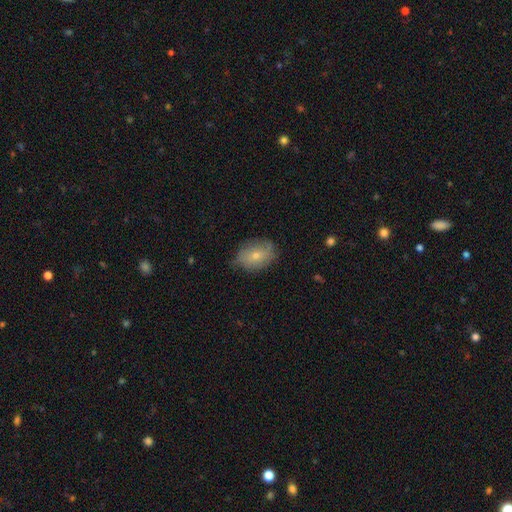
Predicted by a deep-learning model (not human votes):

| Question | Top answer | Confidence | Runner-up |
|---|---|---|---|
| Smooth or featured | smooth | 66% | featured or disk (26%) |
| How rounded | in between | 75% | round (23%) |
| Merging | none | 67% | minor disturbance (26%) |